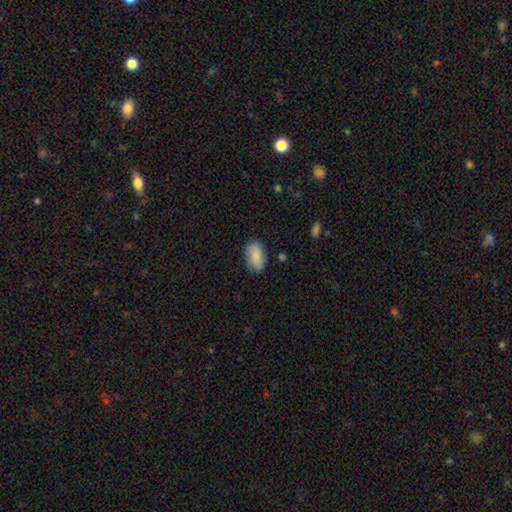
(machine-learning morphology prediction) The model was most divided on "merging": none: 80%, minor disturbance: 15%, major disturbance: 3%, merger: 2%. More confident: how rounded — in between (92%); smooth or featured — smooth (82%).